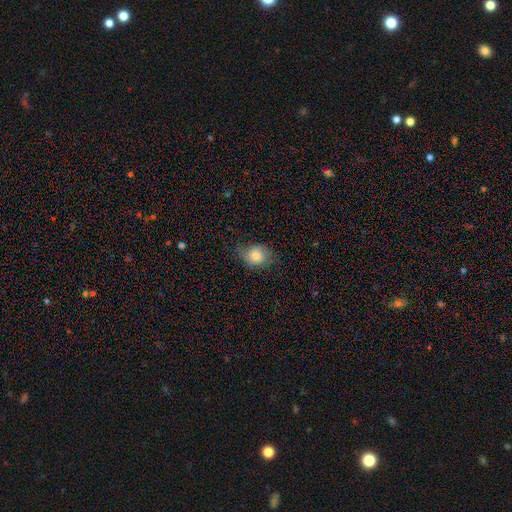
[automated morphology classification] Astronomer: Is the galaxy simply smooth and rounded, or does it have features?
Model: smooth — 72%.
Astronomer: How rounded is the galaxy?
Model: in between — 55% (runner-up: round, 44%).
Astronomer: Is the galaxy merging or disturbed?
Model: none — 58%.